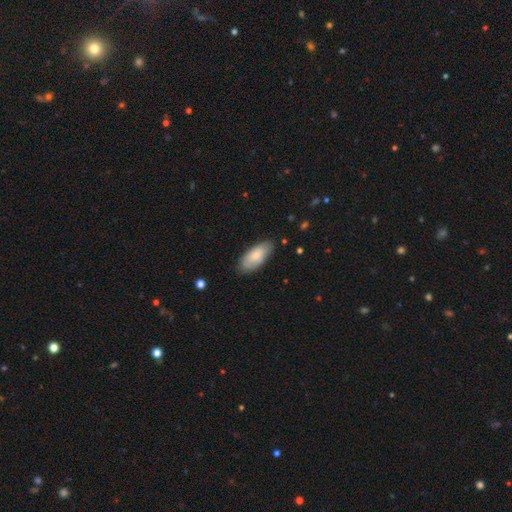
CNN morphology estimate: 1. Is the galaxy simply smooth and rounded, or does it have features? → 73% smooth, 21% featured or disk, 6% star or artifact.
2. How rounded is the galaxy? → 88% in between, 10% cigar-shaped, 2% round.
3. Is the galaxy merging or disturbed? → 75% none, 20% minor disturbance, 4% major disturbance, 1% merger.